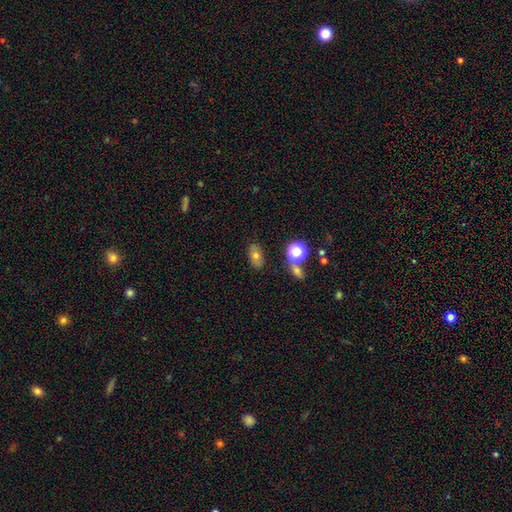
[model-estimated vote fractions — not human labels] Morphology: type=smooth (65%); roundness=in between (85%); merging=none (79%).